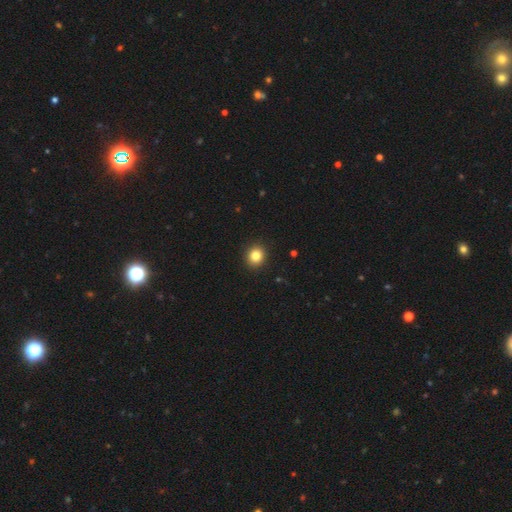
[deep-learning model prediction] Smooth or featured: smooth — 84% (star or artifact — 11%)
How rounded: round — 84% (in between — 15%)
Merging: none — 92% (minor disturbance — 5%)